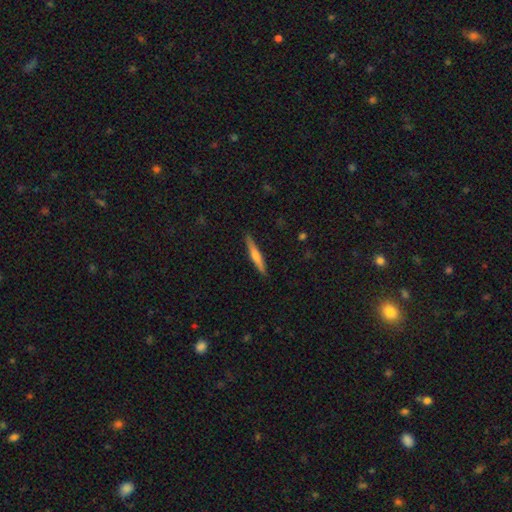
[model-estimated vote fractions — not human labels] Smooth or featured? Predicted: smooth (p=0.51). How rounded? Predicted: cigar-shaped (p=0.94). Merging? Predicted: none (p=0.90).